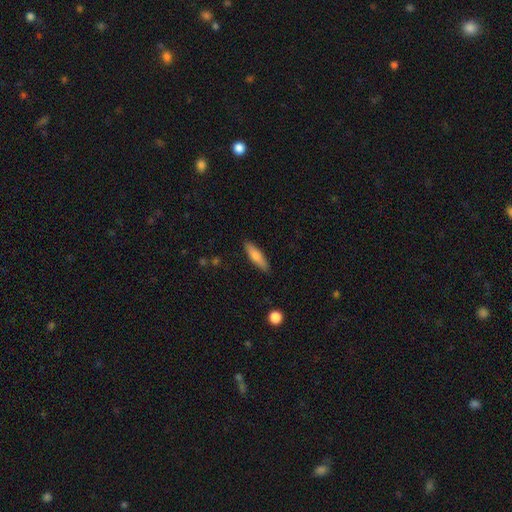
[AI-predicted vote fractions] This is likely a smooth galaxy (75%). How rounded: likely cigar-shaped (67%). Merging: clearly none (85%).